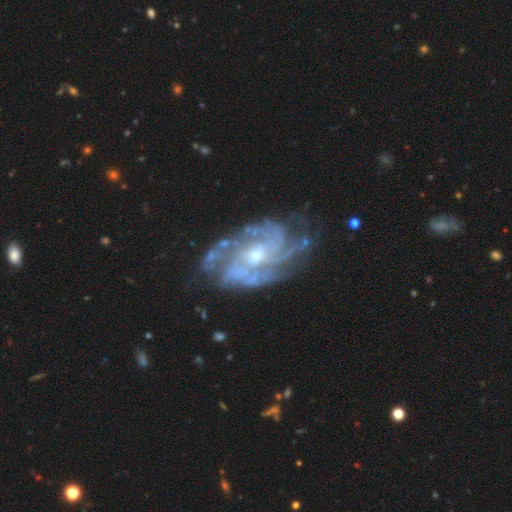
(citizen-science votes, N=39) Smooth or featured?
  - featured or disk: 95% *
  - smooth: 5%
  - star or artifact: 0%
Edge-on disk?
  - no: 95% *
  - yes: 5%
Bar?
  - weak: 51% *
  - no: 43%
  - strong: 6%
Spiral arms?
  - yes: 100% *
  - no: 0%
Spiral winding?
  - medium: 54% *
  - tight: 37%
  - loose: 9%
Spiral arm count?
  - 3: 66% *
  - 4: 20%
  - more than 4: 9%
  - 2: 3%
  - can't tell: 3%
  - 1: 0%
Bulge size?
  - moderate: 71% *
  - small: 29%
  - dominant: 0%
  - large: 0%
  - none: 0%
Merging?
  - none: 74% *
  - minor disturbance: 21%
  - major disturbance: 5%
  - merger: 0%